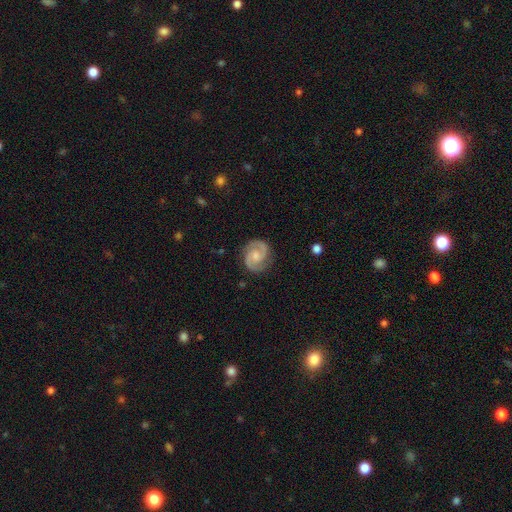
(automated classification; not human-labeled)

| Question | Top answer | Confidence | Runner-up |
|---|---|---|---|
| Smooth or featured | featured or disk | 88% | smooth (7%) |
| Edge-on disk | no | 98% | yes (2%) |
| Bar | no | 55% | weak (38%) |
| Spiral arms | yes | 98% | no (2%) |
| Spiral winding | medium | 52% | tight (39%) |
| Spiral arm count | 2 | 94% | can't tell (2%) |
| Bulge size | moderate | 50% | small (35%) |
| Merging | none | 85% | minor disturbance (11%) |